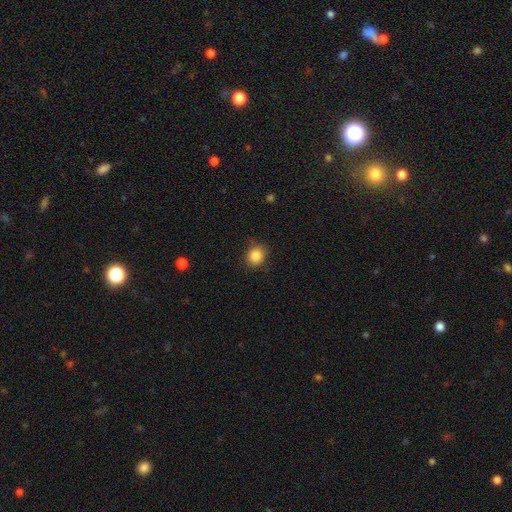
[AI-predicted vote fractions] Q: Smooth or featured?
A: smooth (86%); runner-up: star or artifact (10%)
Q: How rounded?
A: round (74%); runner-up: in between (25%)
Q: Merging?
A: none (82%); runner-up: minor disturbance (14%)